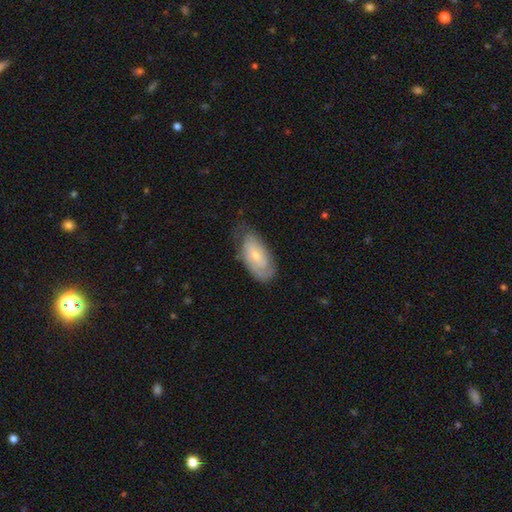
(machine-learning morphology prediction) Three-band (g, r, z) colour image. It shows a featured or disk galaxy (49%). Merging: none (60%).